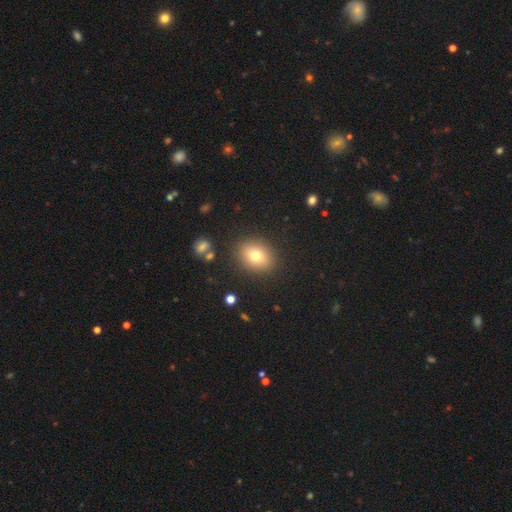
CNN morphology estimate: Q: Smooth or featured?
A: smooth (75%); runner-up: featured or disk (14%)
Q: How rounded?
A: in between (58%); runner-up: round (41%)
Q: Merging?
A: none (87%); runner-up: minor disturbance (8%)